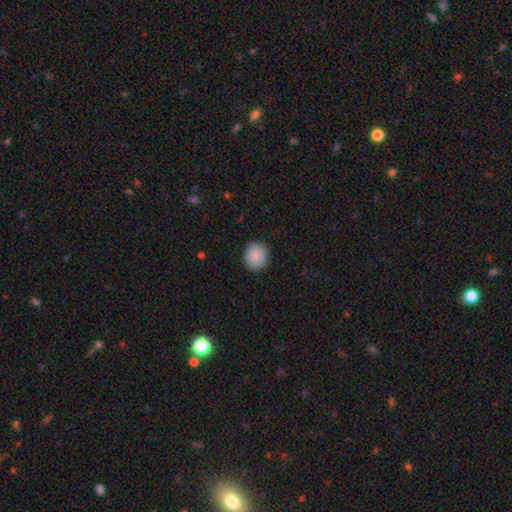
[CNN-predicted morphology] A smooth galaxy with no disk features (89%) that is round (90%). Merging: none (91%).